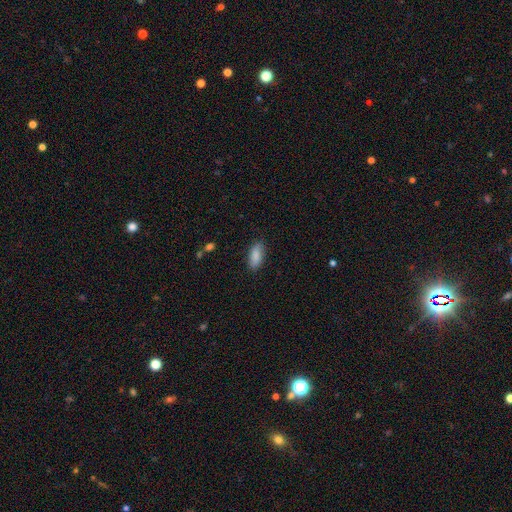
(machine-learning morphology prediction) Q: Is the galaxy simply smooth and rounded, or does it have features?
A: smooth — 87%.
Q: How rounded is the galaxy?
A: in between — 84%.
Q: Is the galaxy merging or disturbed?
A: none — 85%.